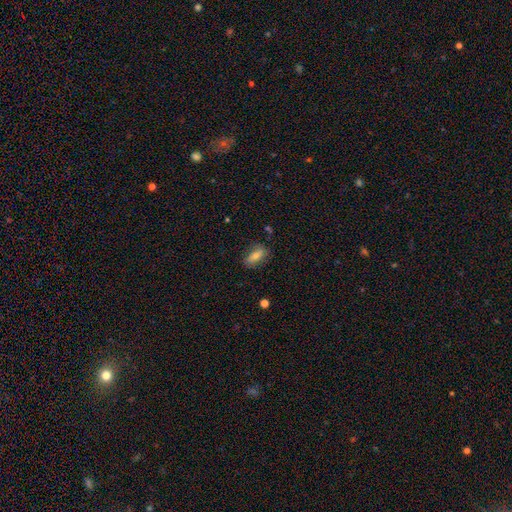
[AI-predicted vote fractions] Smooth or featured? Predicted: smooth (p=0.64). How rounded? Predicted: in between (p=0.77). Merging? Predicted: none (p=0.79).